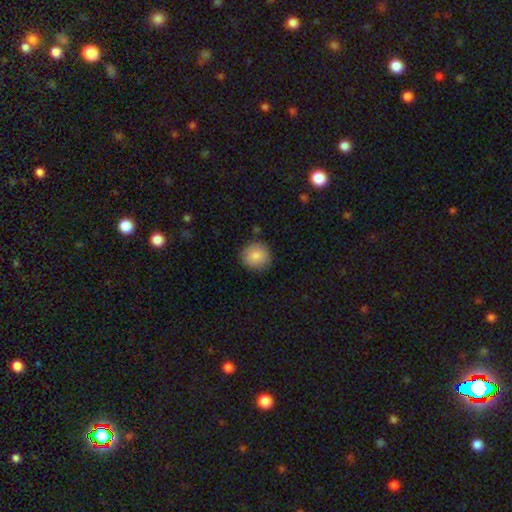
Smooth or featured?
  - smooth: 89% *
  - star or artifact: 8%
  - featured or disk: 3%
How rounded?
  - round: 97% *
  - in between: 3%
  - cigar-shaped: 0%
Merging?
  - none: 83% *
  - major disturbance: 9%
  - merger: 6%
  - minor disturbance: 3%